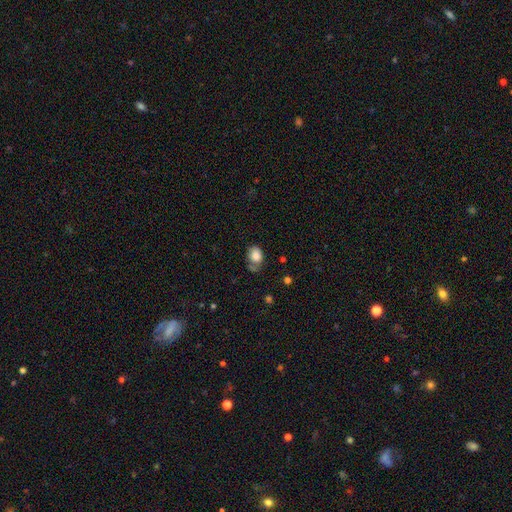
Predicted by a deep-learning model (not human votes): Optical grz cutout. It shows a smooth galaxy with no disk features (82%) that is in between round and cigar-shaped (67%). Merging: none (50%).